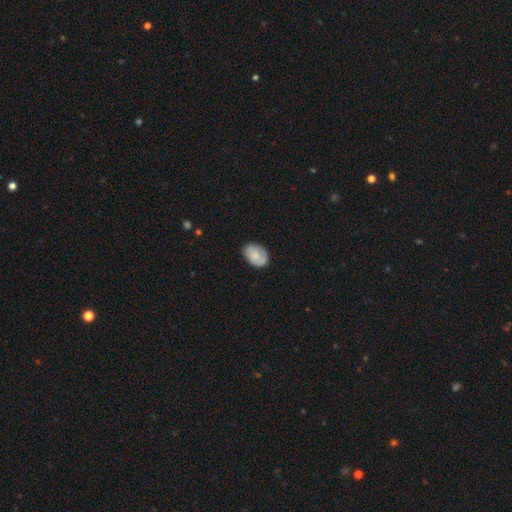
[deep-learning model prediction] smooth 69%, featured or disk 25%, star or artifact 7%. Down the decision tree: how rounded — in between (79%); merging — none (74%).